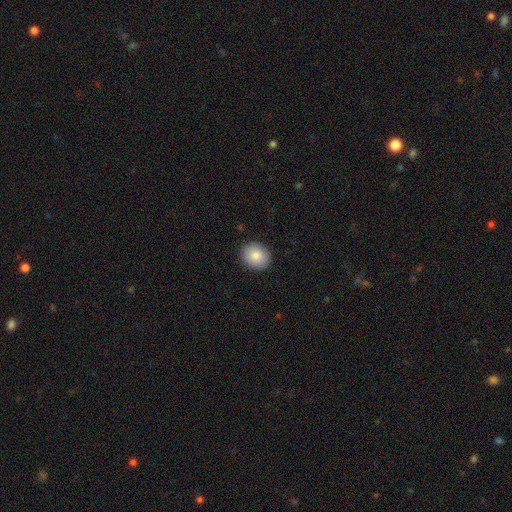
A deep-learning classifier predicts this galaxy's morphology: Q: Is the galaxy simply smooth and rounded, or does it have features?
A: smooth — 85%.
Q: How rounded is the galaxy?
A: round — 72%.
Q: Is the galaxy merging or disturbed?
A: none — 90%.